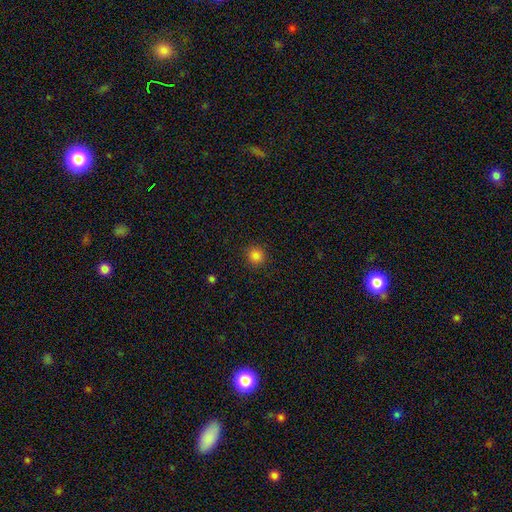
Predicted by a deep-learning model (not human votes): Q: Smooth or featured?
A: smooth (84%); runner-up: star or artifact (13%)
Q: How rounded?
A: round (90%); runner-up: in between (9%)
Q: Merging?
A: none (90%); runner-up: minor disturbance (6%)